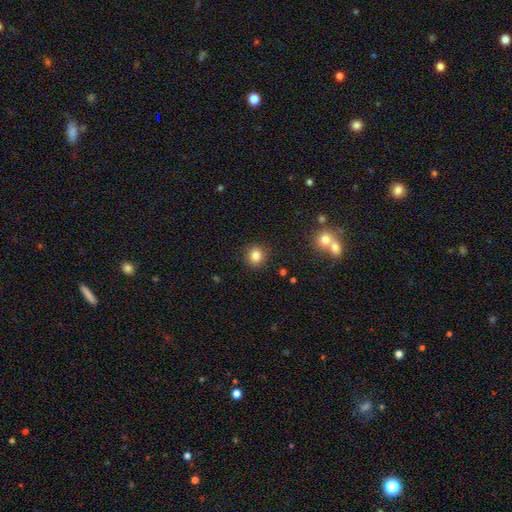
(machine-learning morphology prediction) Smooth or featured?
  - smooth: 84% *
  - star or artifact: 11%
  - featured or disk: 5%
How rounded?
  - round: 86% *
  - in between: 13%
  - cigar-shaped: 1%
Merging?
  - none: 90% *
  - minor disturbance: 7%
  - major disturbance: 2%
  - merger: 1%